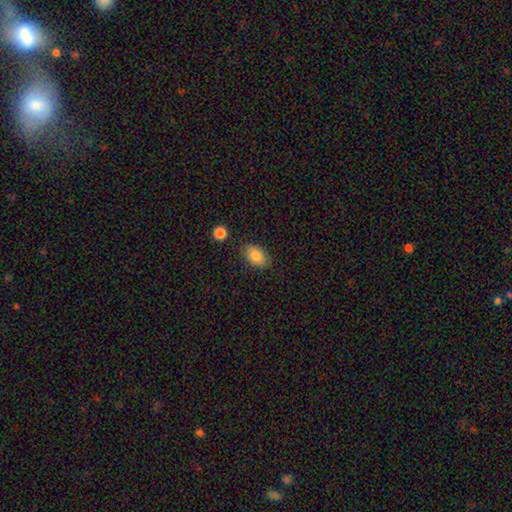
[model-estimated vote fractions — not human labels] This is clearly a smooth galaxy (84%). How rounded: clearly in between (86%). Merging: clearly none (81%).